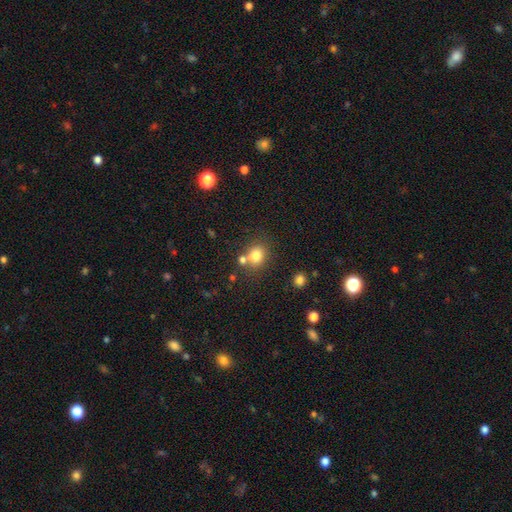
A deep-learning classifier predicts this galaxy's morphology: Smooth or featured? smooth (79%)
How rounded? round (70%)
Merging? none (61%)